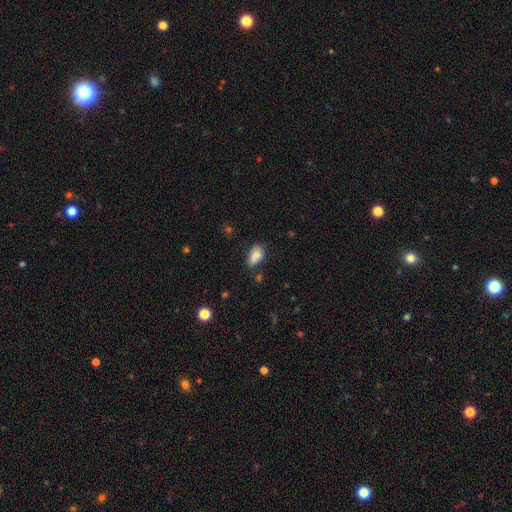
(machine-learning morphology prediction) Smooth or featured? Predicted: smooth (p=0.79). How rounded? Predicted: in between (p=0.88). Merging? Predicted: none (p=0.51).